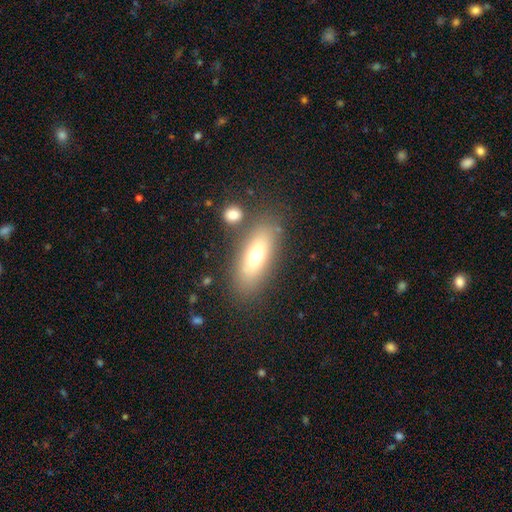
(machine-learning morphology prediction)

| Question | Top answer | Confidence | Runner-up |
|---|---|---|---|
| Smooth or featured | smooth | 67% | featured or disk (25%) |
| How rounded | in between | 66% | cigar-shaped (31%) |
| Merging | none | 77% | minor disturbance (11%) |